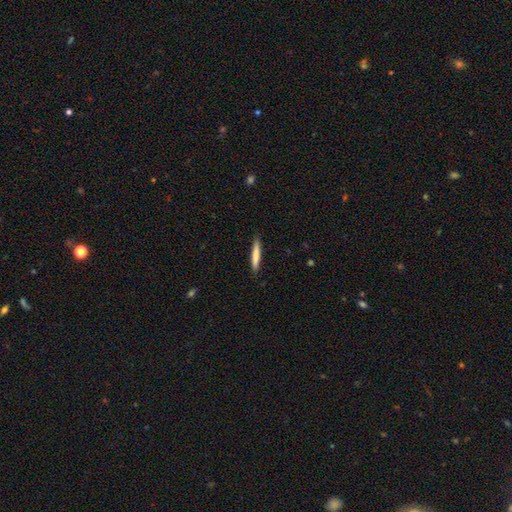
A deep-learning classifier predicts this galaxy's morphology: A smooth galaxy with no disk features (78%) that is cigar-shaped (94%). Merging: none (87%).